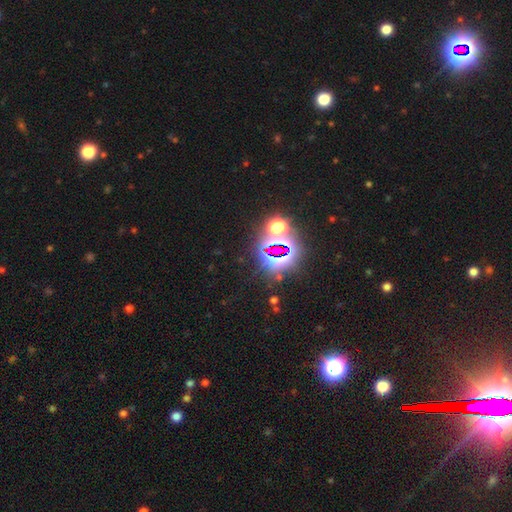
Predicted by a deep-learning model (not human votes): Q: Smooth or featured?
A: star or artifact (79%); runner-up: smooth (13%)